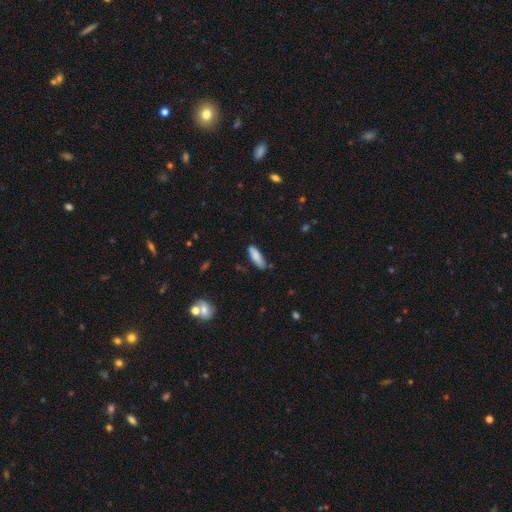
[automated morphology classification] This is clearly a smooth galaxy (84%). How rounded: possibly cigar-shaped (50%). Merging: likely none (74%).